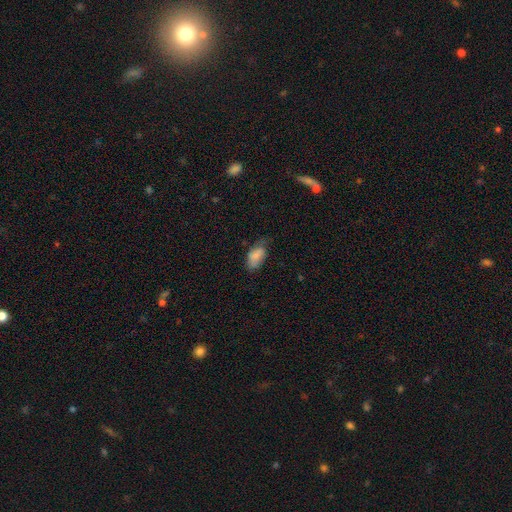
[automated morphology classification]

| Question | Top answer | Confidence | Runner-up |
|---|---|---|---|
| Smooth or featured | smooth | 77% | featured or disk (15%) |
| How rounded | in between | 93% | round (4%) |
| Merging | none | 41% | minor disturbance (38%) |